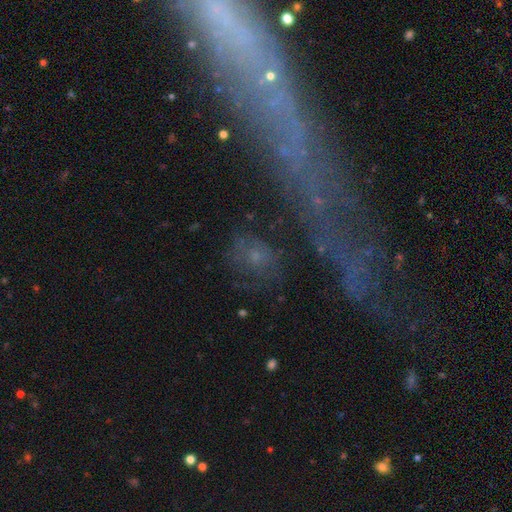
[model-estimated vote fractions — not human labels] Q: Smooth or featured?
A: star or artifact (35%); runner-up: smooth (34%)